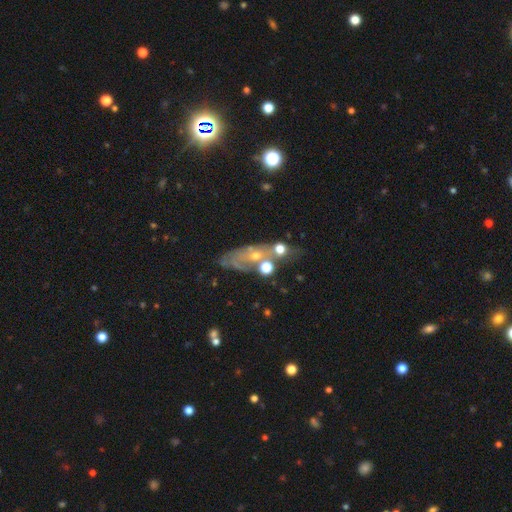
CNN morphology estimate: Q: Smooth or featured?
A: featured or disk (53%); runner-up: smooth (30%)
Q: Edge-on disk?
A: no (82%); runner-up: yes (18%)
Q: Merging?
A: none (47%); runner-up: minor disturbance (21%)